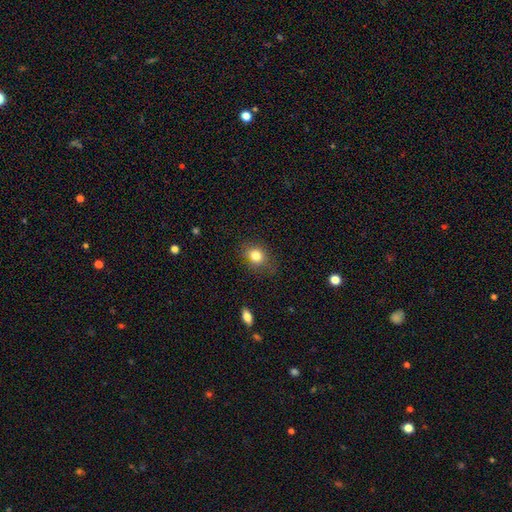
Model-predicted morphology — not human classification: This is clearly a smooth galaxy (82%). How rounded: likely round (61%). Merging: likely none (76%).